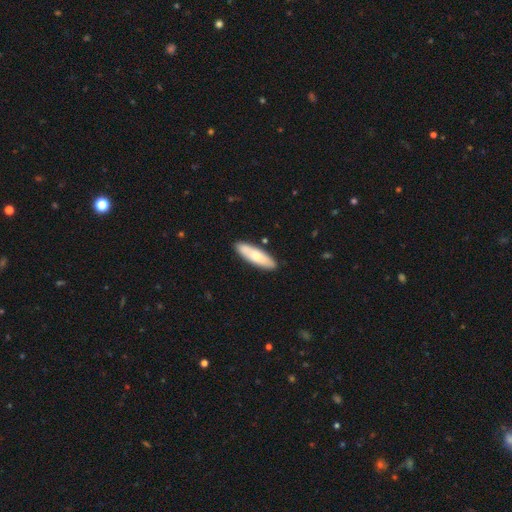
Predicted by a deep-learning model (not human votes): Morphology: type=smooth (72%); roundness=cigar-shaped (55%); merging=none (86%).